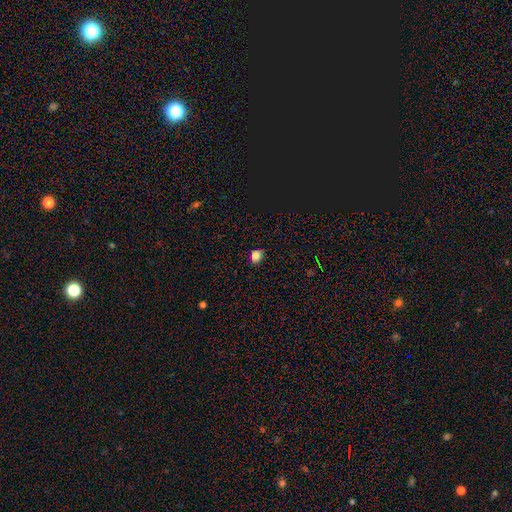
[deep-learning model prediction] The model was most divided on "how rounded": in between: 58%, round: 40%, cigar-shaped: 1%. More confident: smooth or featured — smooth (81%); merging — none (78%).